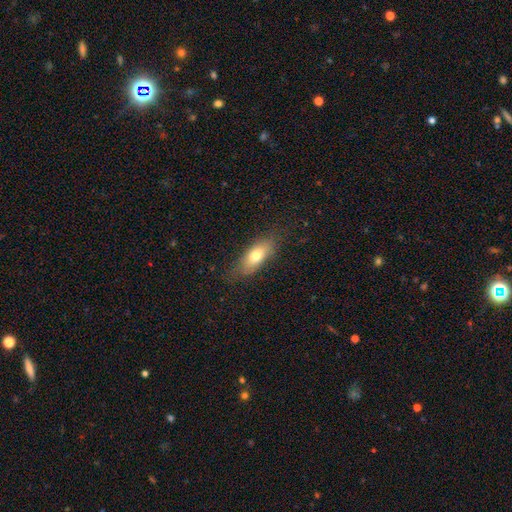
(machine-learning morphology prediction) smooth-or-featured: smooth: 70% | featured or disk: 22% | star or artifact: 8%
  how-rounded: in between: 74% | cigar-shaped: 22% | round: 4%
  merging: none: 77% | minor disturbance: 17% | major disturbance: 5% | merger: 1%